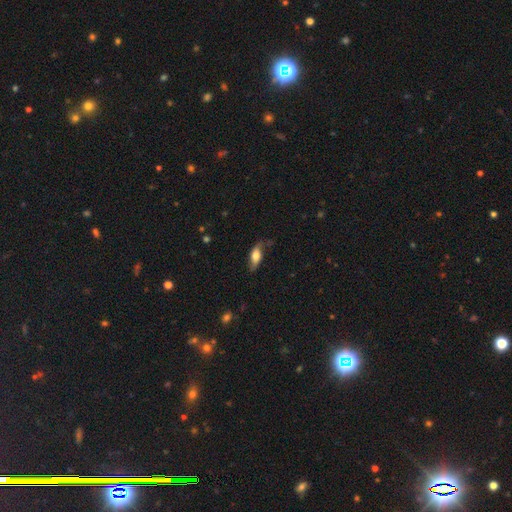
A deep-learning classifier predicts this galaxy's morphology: Smooth or featured: smooth — 51% (featured or disk — 42%)
How rounded: in between — 74% (cigar-shaped — 22%)
Merging: none — 61% (minor disturbance — 27%)